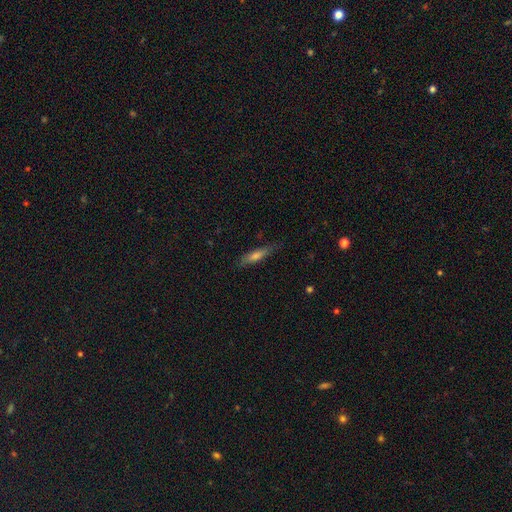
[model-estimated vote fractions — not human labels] smooth 59%, featured or disk 34%, star or artifact 8%. Down the decision tree: how rounded — cigar-shaped (82%); merging — none (79%).